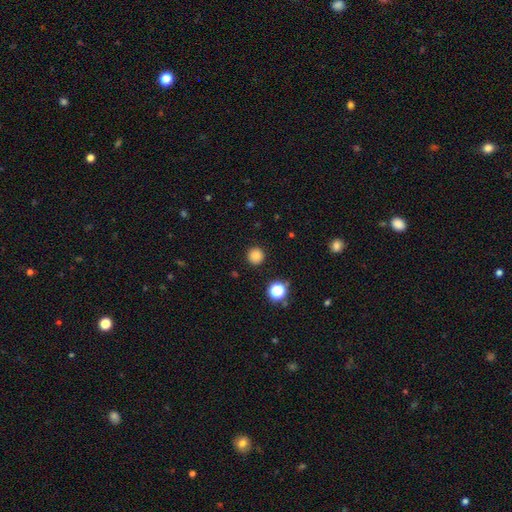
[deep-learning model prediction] A smooth galaxy with no disk features (82%) that is round (96%).

Vote fractions:
- Smooth or featured? smooth: 82% / star or artifact: 14% / featured or disk: 4%
- How rounded? round: 96% / in between: 3% / cigar-shaped: 1%
- Merging? none: 92% / minor disturbance: 5% / major disturbance: 2% / merger: 1%